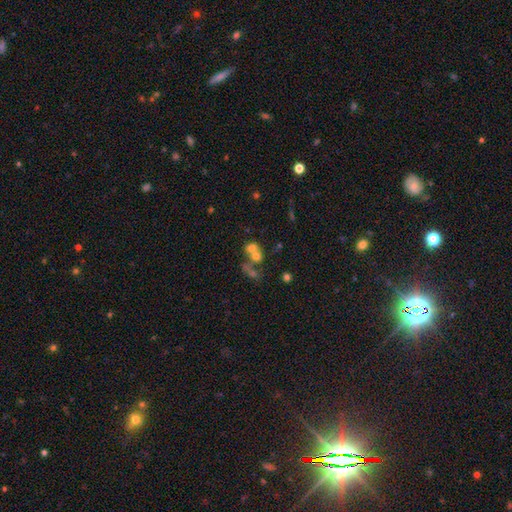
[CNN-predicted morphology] Smooth or featured? Predicted: smooth (p=0.56). How rounded? Predicted: round (p=0.72). Merging? Predicted: merger (p=0.60).